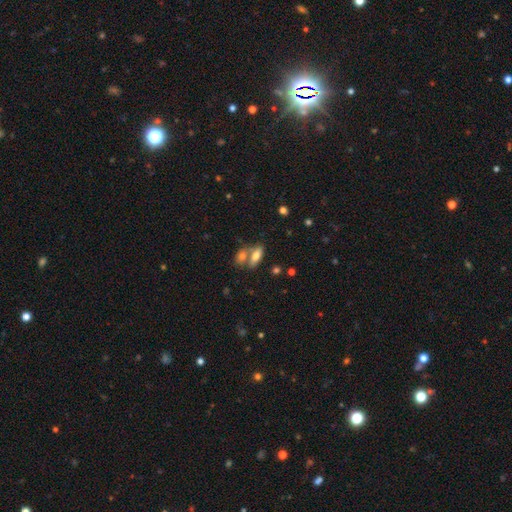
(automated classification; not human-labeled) Smooth or featured: smooth — 70% (featured or disk — 21%)
How rounded: in between — 73% (cigar-shaped — 24%)
Merging: none — 46% (merger — 41%)